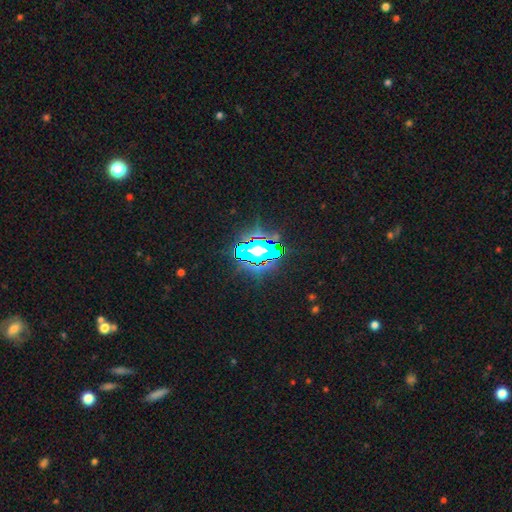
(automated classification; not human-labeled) This appears to be a star or artifact, not a galaxy (75%).